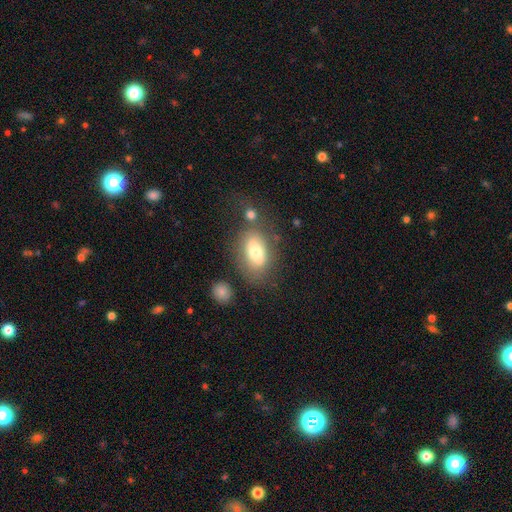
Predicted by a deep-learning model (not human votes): A smooth galaxy with no disk features (71%) that is in between round and cigar-shaped (86%). Merging: none (62%).